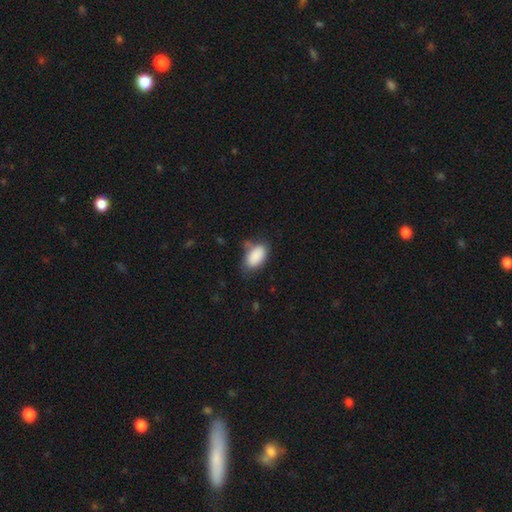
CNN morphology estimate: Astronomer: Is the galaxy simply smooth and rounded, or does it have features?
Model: smooth — 88%.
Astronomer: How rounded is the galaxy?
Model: in between — 94%.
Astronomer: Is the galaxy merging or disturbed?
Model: none — 58%.